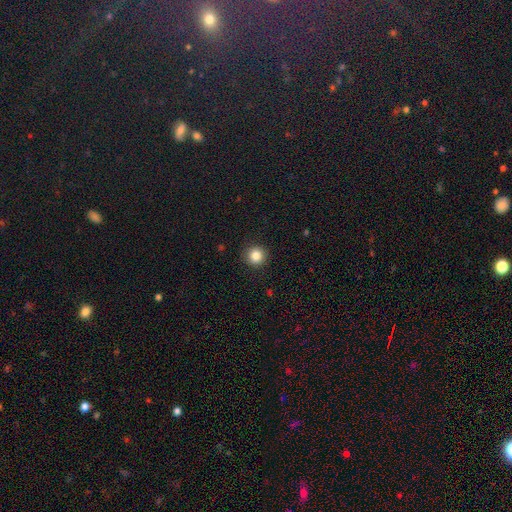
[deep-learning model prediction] A smooth galaxy with no disk features (84%) that is round (95%).

Vote fractions:
- Smooth or featured? smooth: 84% / star or artifact: 11% / featured or disk: 5%
- How rounded? round: 95% / in between: 4% / cigar-shaped: 1%
- Merging? none: 92% / minor disturbance: 5% / major disturbance: 2% / merger: 1%